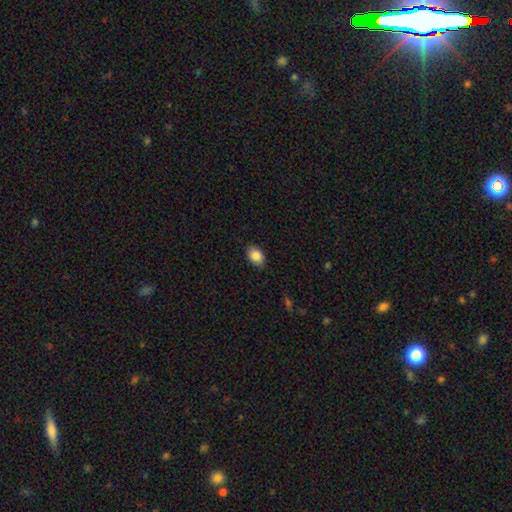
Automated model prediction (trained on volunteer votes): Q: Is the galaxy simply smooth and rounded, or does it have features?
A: smooth — 87%.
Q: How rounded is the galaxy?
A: in between — 81%.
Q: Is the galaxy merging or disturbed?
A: none — 87%.